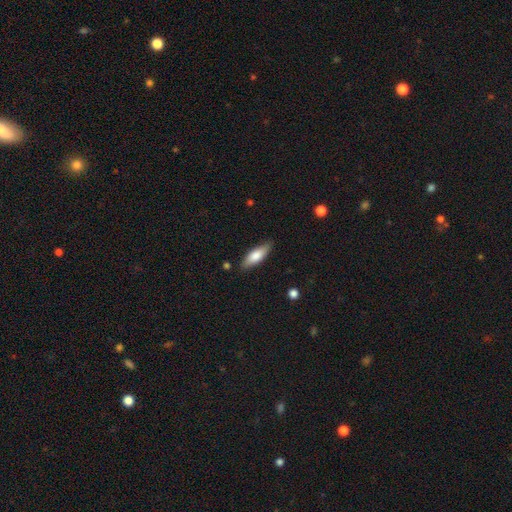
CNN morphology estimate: Smooth or featured? smooth (72%)
How rounded? in between (60%)
Merging? none (83%)